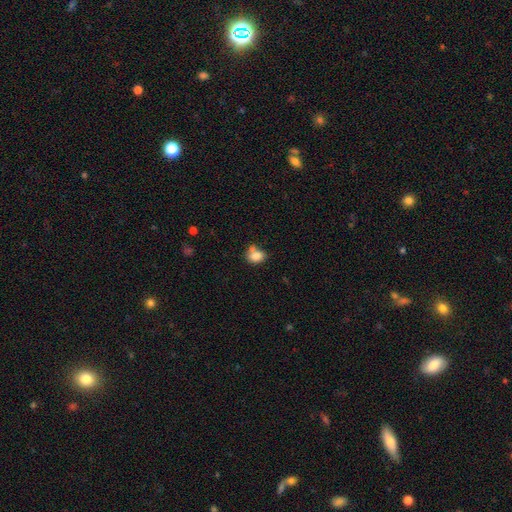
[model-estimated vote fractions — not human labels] Overall: smooth (81%). How rounded: in between (60%; round 39%). Merging: none (46%; merger 26%).